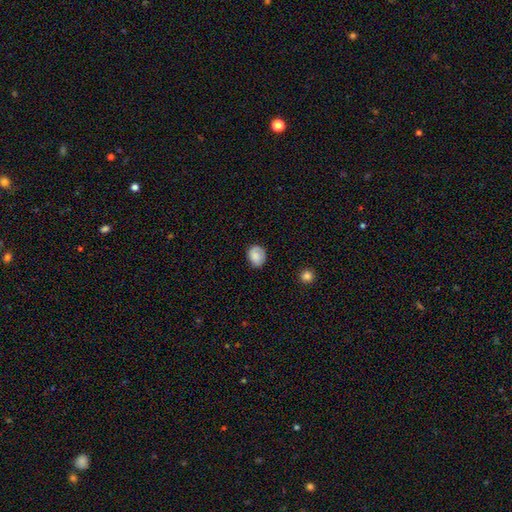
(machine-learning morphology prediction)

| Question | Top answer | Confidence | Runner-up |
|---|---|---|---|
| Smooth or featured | smooth | 79% | featured or disk (13%) |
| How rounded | round | 55% | in between (44%) |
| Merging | none | 74% | minor disturbance (19%) |